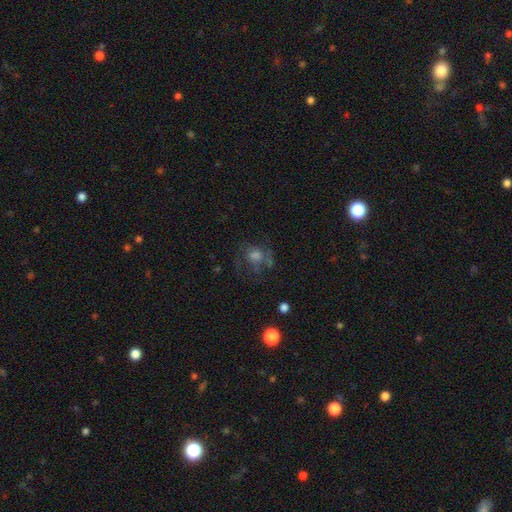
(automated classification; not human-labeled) featured or disk 45%, smooth 34%, star or artifact 21%. Down the decision tree: merging — none (59%).